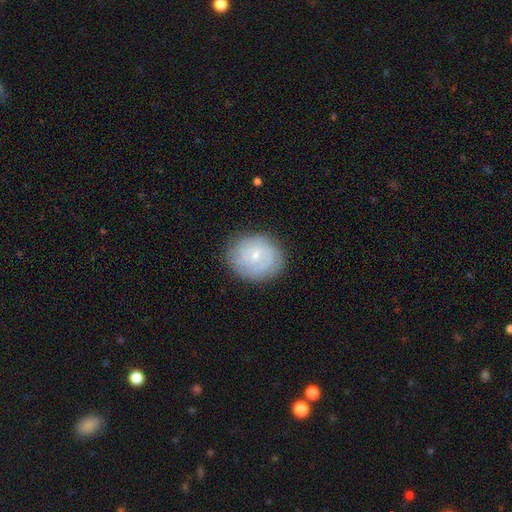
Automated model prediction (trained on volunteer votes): Smooth or featured? featured or disk (49%)
Merging? none (81%)